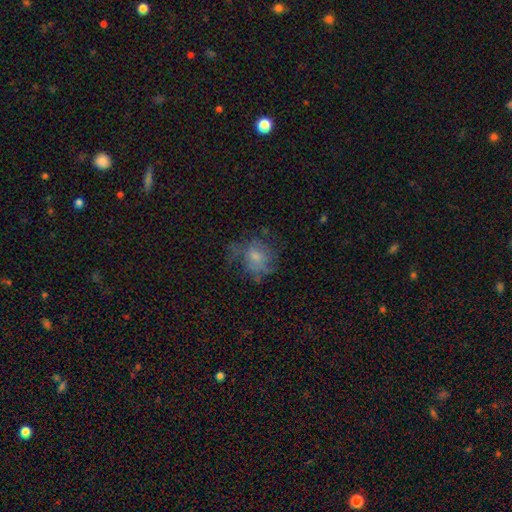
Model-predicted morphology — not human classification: A smooth galaxy with no disk features (44%).

Vote fractions:
- Smooth or featured? smooth: 44% / featured or disk: 39% / star or artifact: 17%
- Merging? none: 52% / minor disturbance: 23% / major disturbance: 23% / merger: 2%